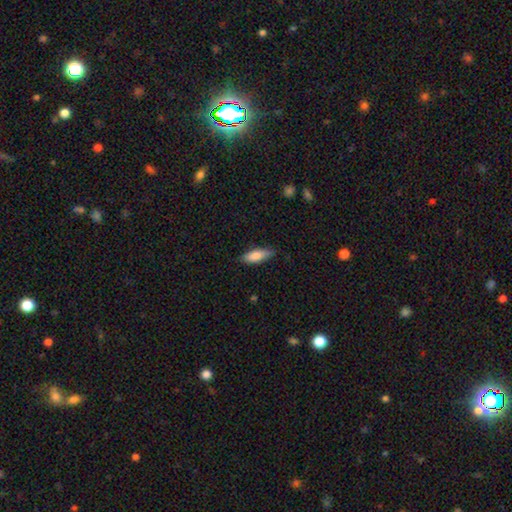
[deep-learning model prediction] Morphology: type=smooth (81%); roundness=in between (59%); merging=none (80%).